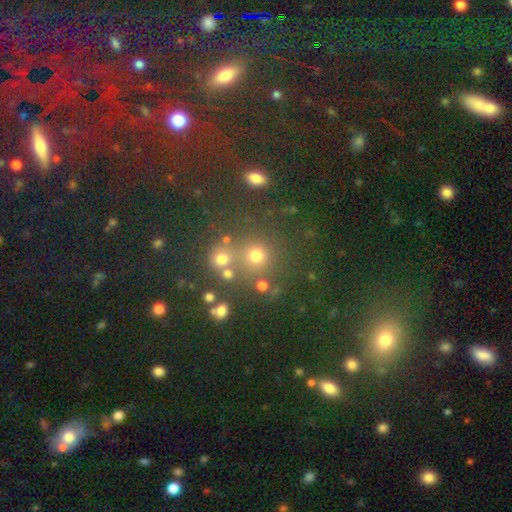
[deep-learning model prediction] Q: Smooth or featured?
A: smooth (68%); runner-up: star or artifact (23%)
Q: How rounded?
A: round (89%); runner-up: in between (10%)
Q: Merging?
A: none (71%); runner-up: merger (16%)